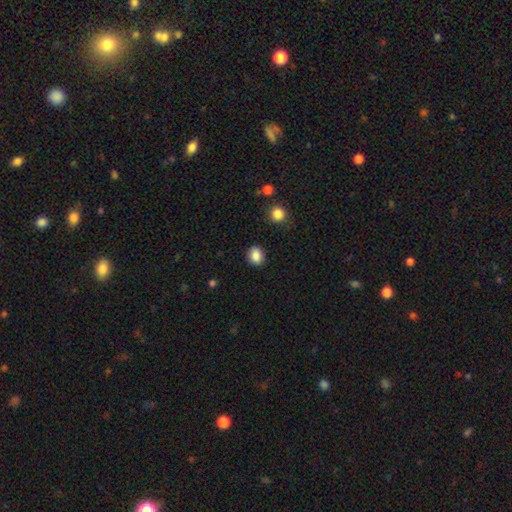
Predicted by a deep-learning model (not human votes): This appears to be a smooth galaxy with no disk features (87%) that is round (58%). Merging: none (86%).